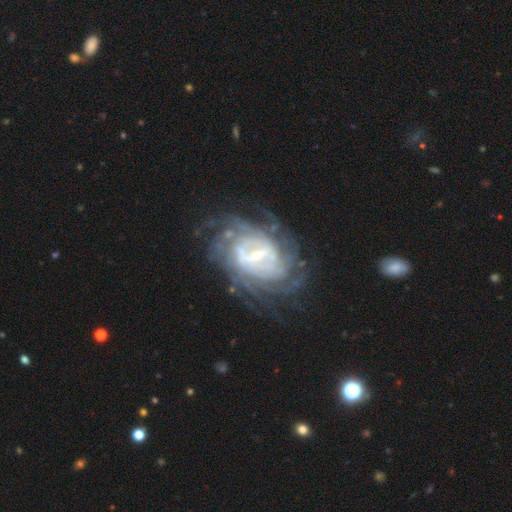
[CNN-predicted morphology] type=featured or disk (85%); edge-on=no (97%); bar=strong (44%); spiral arms=yes (88%); winding=tight (62%); arm count=can't tell (46%); bulge=small (48%); merging=none (67%).